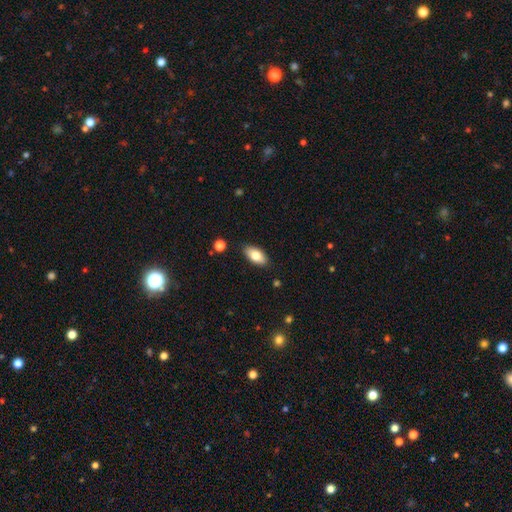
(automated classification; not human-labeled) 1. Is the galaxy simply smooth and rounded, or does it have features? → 78% smooth, 15% featured or disk, 7% star or artifact.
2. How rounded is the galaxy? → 90% in between, 7% cigar-shaped, 3% round.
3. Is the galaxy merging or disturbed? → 87% none, 9% minor disturbance, 2% major disturbance, 1% merger.